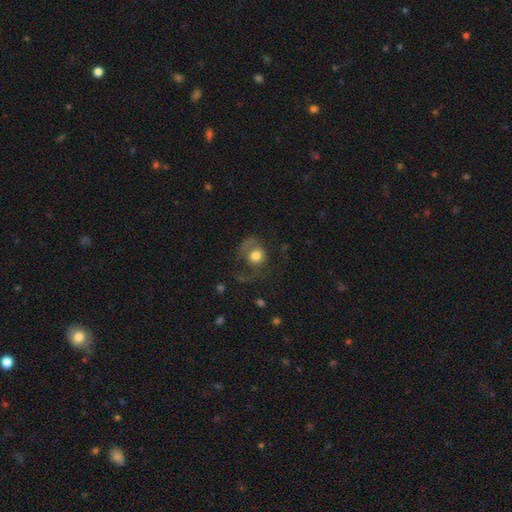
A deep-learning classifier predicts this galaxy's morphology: Overall: smooth (65%; featured or disk 27%). How rounded: round (73%). Merging: major disturbance (43%; none 34%).